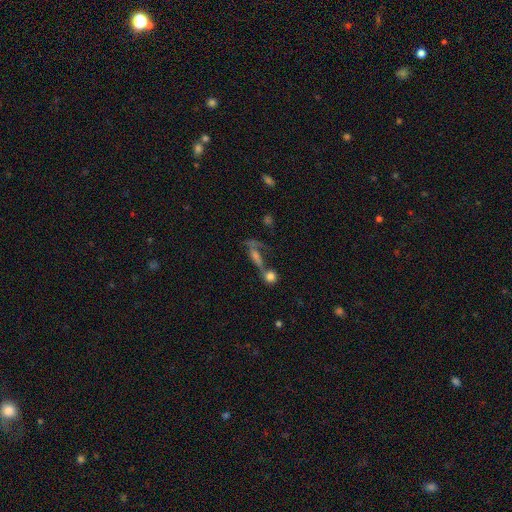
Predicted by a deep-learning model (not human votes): Smooth or featured?
  - featured or disk: 44% *
  - smooth: 32%
  - star or artifact: 24%
Merging?
  - merger: 40% *
  - none: 30%
  - major disturbance: 18%
  - minor disturbance: 12%